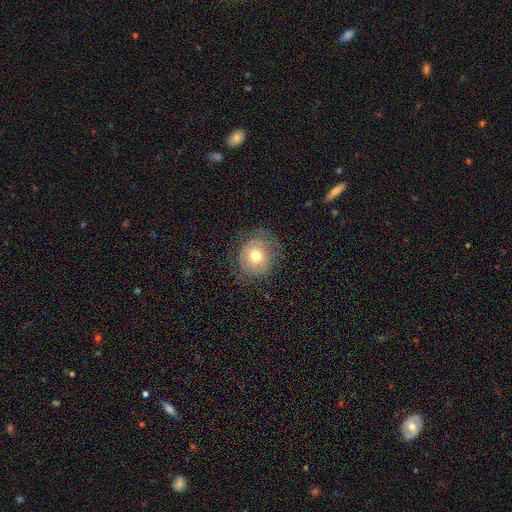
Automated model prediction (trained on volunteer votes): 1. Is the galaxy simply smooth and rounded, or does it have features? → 57% smooth, 32% featured or disk, 10% star or artifact.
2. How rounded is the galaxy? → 73% round, 26% in between, 1% cigar-shaped.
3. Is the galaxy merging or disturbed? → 67% none, 21% minor disturbance, 11% major disturbance, 1% merger.